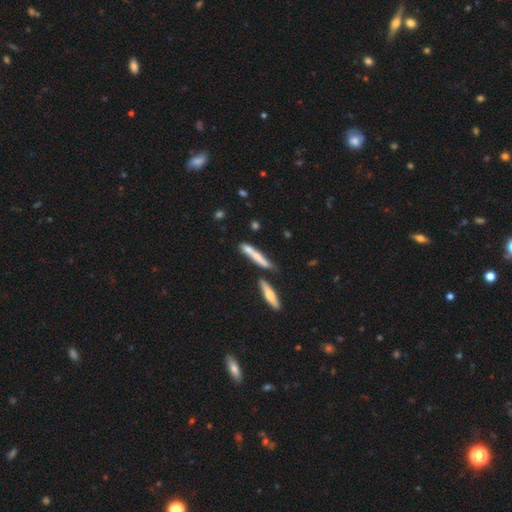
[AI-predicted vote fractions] smooth_or_featured: smooth (p=0.56) [alt: featured or disk p=0.36]
how_rounded: cigar-shaped (p=0.89) [alt: in between p=0.09]
merging: none (p=0.59) [alt: merger p=0.19]